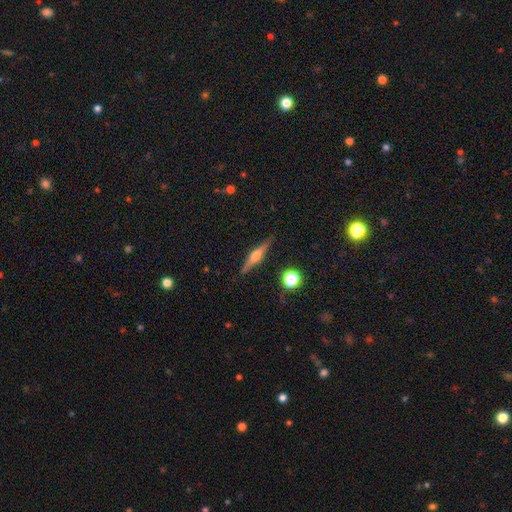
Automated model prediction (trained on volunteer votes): This is likely a featured or disk galaxy (72%). It is clearly viewed edge-on (97%). Edge-on bulge: clearly rounded (86%). Merging: clearly none (88%).